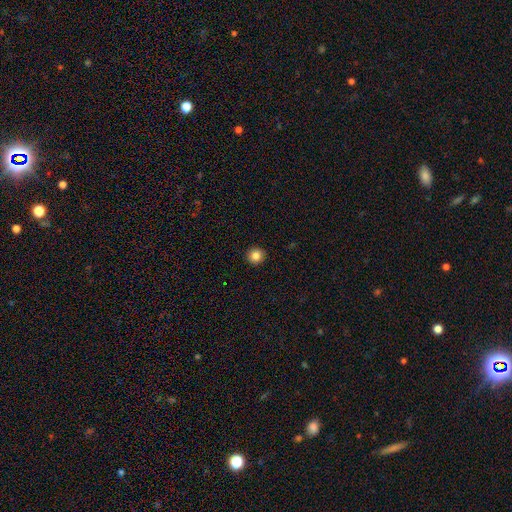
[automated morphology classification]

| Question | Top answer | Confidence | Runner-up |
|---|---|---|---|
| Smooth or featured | smooth | 85% | star or artifact (11%) |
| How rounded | round | 94% | in between (5%) |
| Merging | none | 93% | minor disturbance (4%) |